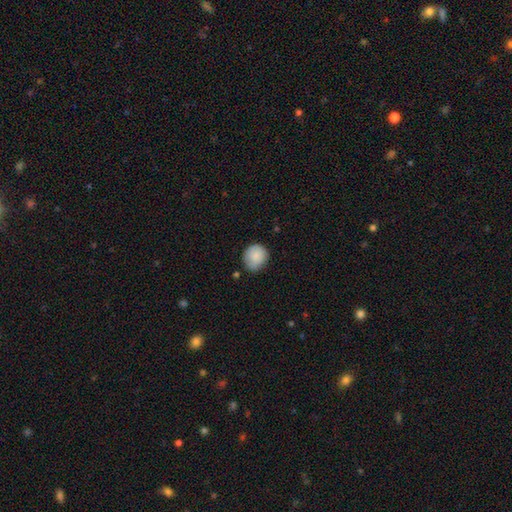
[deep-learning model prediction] Q: Smooth or featured?
A: smooth (87%); runner-up: star or artifact (7%)
Q: How rounded?
A: round (76%); runner-up: in between (23%)
Q: Merging?
A: none (70%); runner-up: minor disturbance (24%)